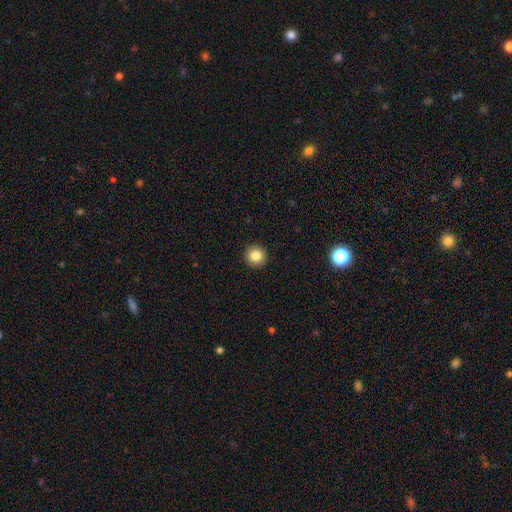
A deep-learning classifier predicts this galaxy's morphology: Overall: smooth (84%). How rounded: round (95%). Merging: none (93%).